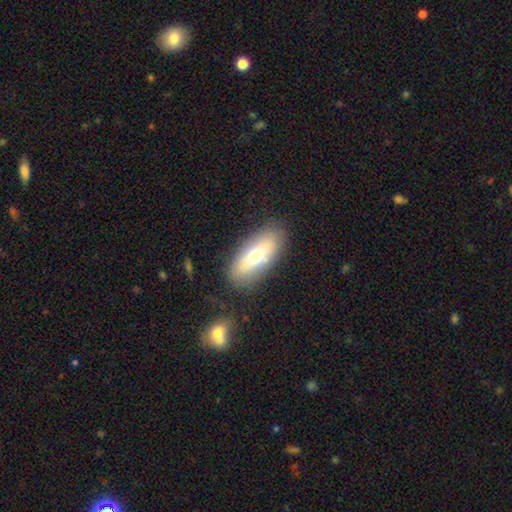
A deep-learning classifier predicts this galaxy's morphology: smooth_or_featured: smooth (p=0.64) [alt: featured or disk p=0.28]
how_rounded: in between (p=0.83) [alt: cigar-shaped p=0.14]
merging: none (p=0.81) [alt: minor disturbance p=0.12]